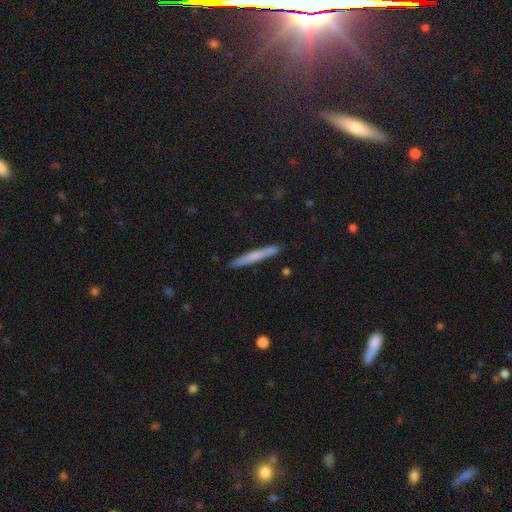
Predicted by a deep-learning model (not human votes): smooth-or-featured: smooth: 59% | featured or disk: 34% | star or artifact: 7%
  how-rounded: cigar-shaped: 96% | in between: 2% | round: 1%
  merging: none: 89% | minor disturbance: 8% | merger: 1% | major disturbance: 1%